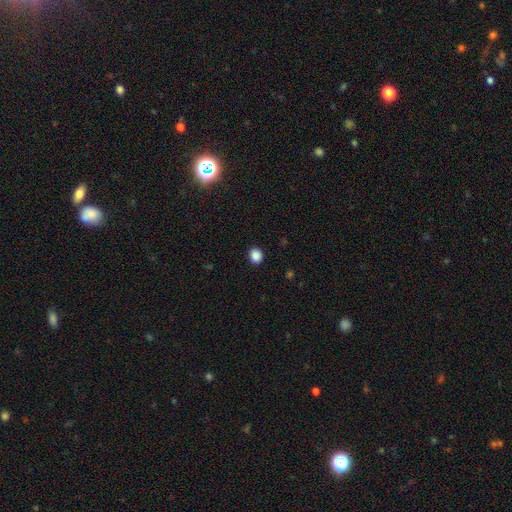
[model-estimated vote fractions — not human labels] A smooth galaxy with no disk features (88%) that is round (68%).

Vote fractions:
- Smooth or featured? smooth: 88% / star or artifact: 10% / featured or disk: 3%
- How rounded? round: 68% / in between: 31% / cigar-shaped: 1%
- Merging? none: 91% / minor disturbance: 6% / major disturbance: 2% / merger: 1%